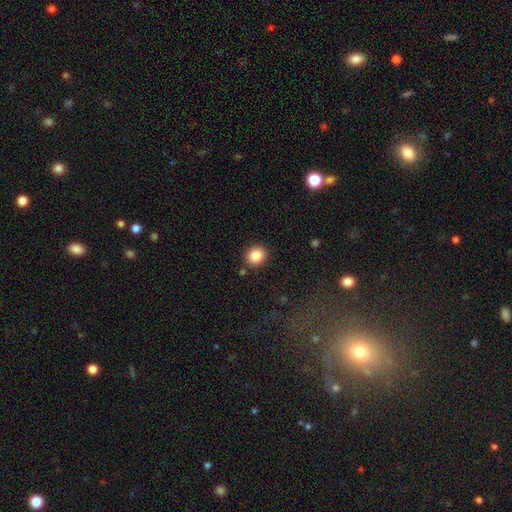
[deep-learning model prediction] Smooth or featured? Predicted: smooth (p=0.86). How rounded? Predicted: round (p=0.75). Merging? Predicted: none (p=0.87).